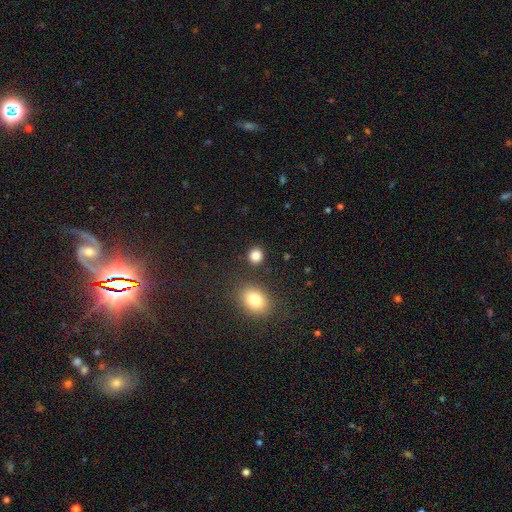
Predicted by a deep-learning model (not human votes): Morphology: type=smooth (85%); roundness=round (80%); merging=none (86%).